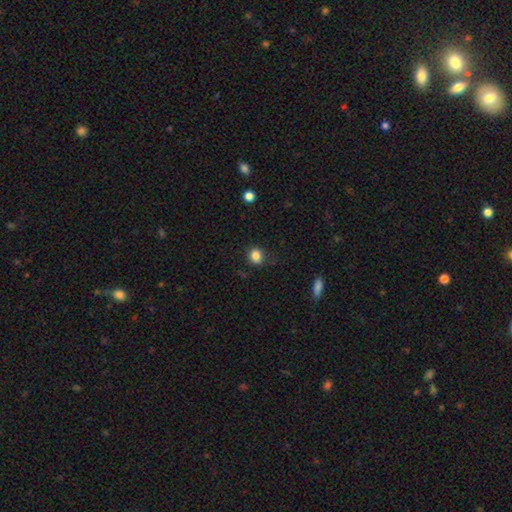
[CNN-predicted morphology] Smooth or featured?
  - smooth: 84% *
  - star or artifact: 11%
  - featured or disk: 5%
How rounded?
  - round: 77% *
  - in between: 22%
  - cigar-shaped: 1%
Merging?
  - none: 80% *
  - minor disturbance: 14%
  - major disturbance: 4%
  - merger: 1%